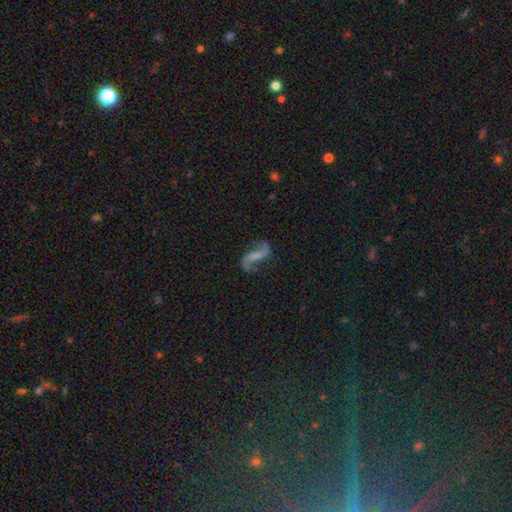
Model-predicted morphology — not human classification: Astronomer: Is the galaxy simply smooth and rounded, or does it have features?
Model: featured or disk — 85%.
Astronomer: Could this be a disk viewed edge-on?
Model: no — 96%.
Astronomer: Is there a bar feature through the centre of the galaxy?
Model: weak — 40% (runner-up: strong, 38%).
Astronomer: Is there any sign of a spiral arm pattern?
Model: yes — 95%.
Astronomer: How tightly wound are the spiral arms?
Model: loose — 81%.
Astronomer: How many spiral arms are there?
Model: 2 — 92%.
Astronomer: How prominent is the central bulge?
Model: none — 39% (runner-up: small, 38%).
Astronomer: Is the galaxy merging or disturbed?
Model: none — 74%.